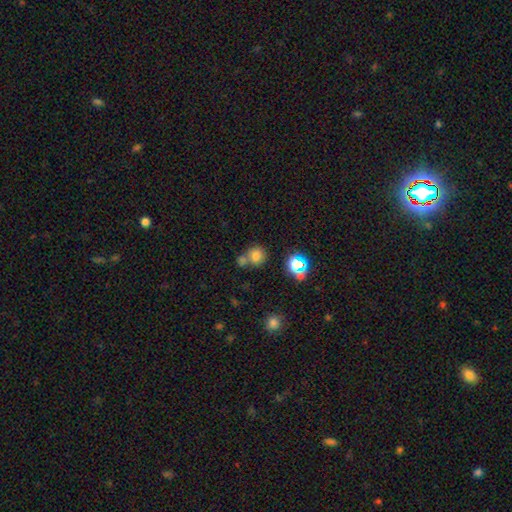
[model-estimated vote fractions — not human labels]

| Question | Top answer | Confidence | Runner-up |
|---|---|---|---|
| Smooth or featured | smooth | 73% | star or artifact (18%) |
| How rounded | round | 79% | in between (20%) |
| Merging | none | 47% | merger (39%) |